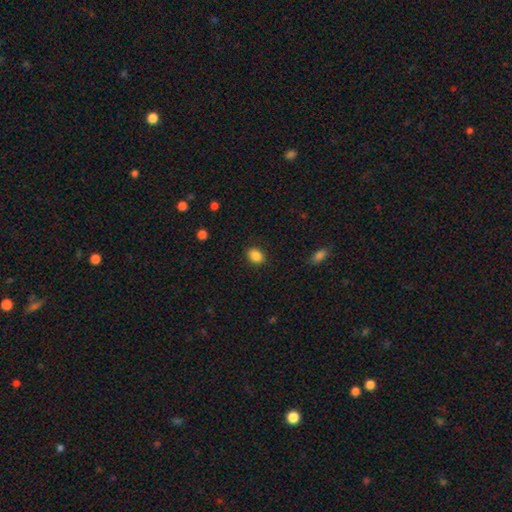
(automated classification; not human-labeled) Smooth or featured?
  - smooth: 87% *
  - star or artifact: 9%
  - featured or disk: 3%
How rounded?
  - in between: 63% *
  - round: 36%
  - cigar-shaped: 1%
Merging?
  - none: 88% *
  - minor disturbance: 8%
  - major disturbance: 2%
  - merger: 1%